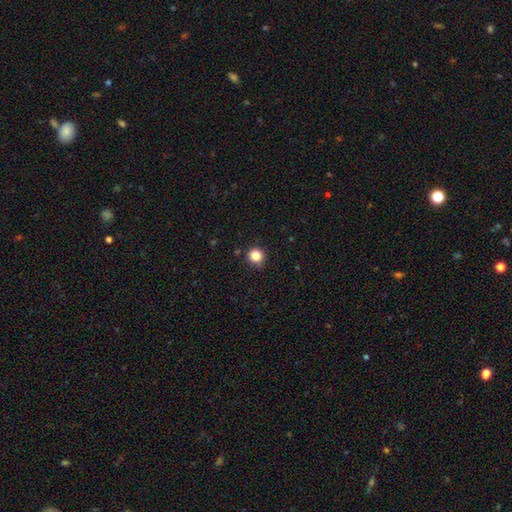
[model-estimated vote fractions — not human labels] smooth-or-featured: smooth: 84% | star or artifact: 12% | featured or disk: 4%
  how-rounded: round: 92% | in between: 7% | cigar-shaped: 1%
  merging: none: 86% | minor disturbance: 10% | major disturbance: 2% | merger: 1%